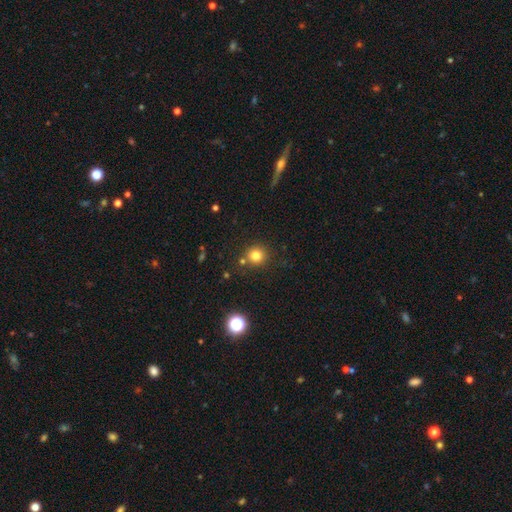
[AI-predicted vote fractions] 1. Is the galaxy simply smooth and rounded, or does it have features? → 79% smooth, 15% star or artifact, 6% featured or disk.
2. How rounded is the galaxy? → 91% round, 8% in between, 1% cigar-shaped.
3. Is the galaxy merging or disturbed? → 81% none, 8% minor disturbance, 8% merger, 3% major disturbance.